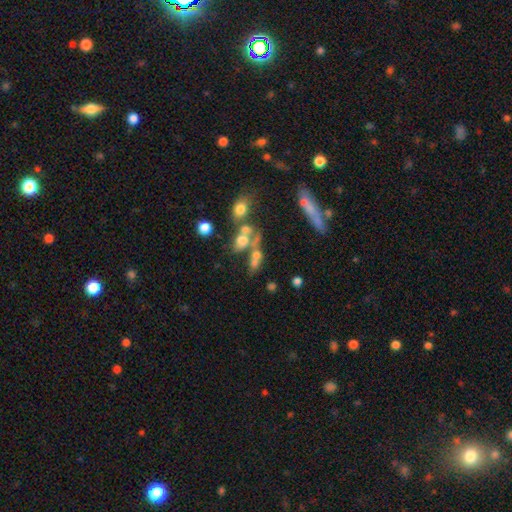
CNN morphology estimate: This appears to be a featured or disk galaxy (35%). Merging: none (45%).